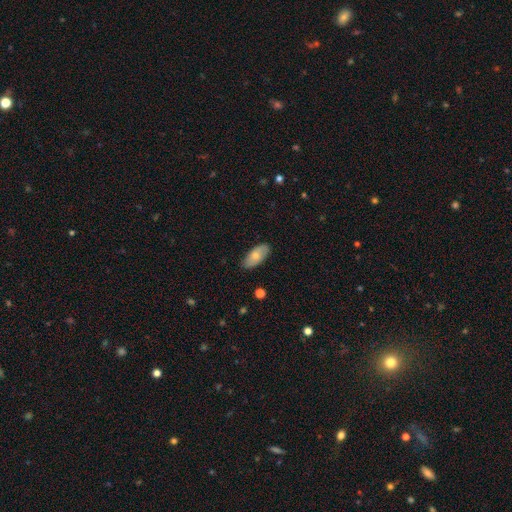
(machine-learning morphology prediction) smooth_or_featured: smooth (p=0.70) [alt: featured or disk p=0.24]
how_rounded: in between (p=0.89) [alt: cigar-shaped p=0.08]
merging: none (p=0.85) [alt: minor disturbance p=0.12]